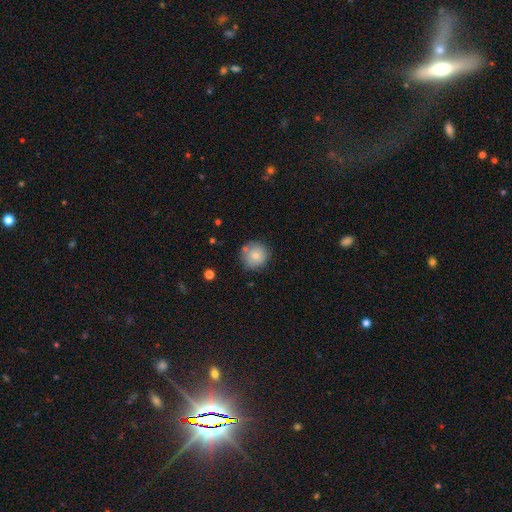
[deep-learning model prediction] The model was most divided on "merging": none: 77%, minor disturbance: 13%, merger: 6%, major disturbance: 3%. More confident: how rounded — round (93%); smooth or featured — smooth (79%).